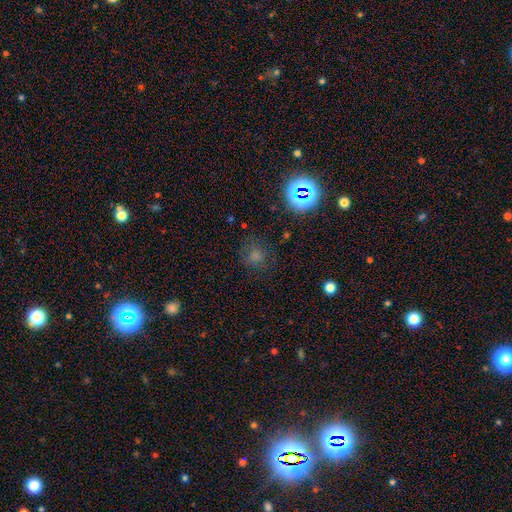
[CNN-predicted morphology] Smooth or featured: smooth — 66% (star or artifact — 25%)
How rounded: round — 84% (in between — 14%)
Merging: none — 76% (minor disturbance — 15%)